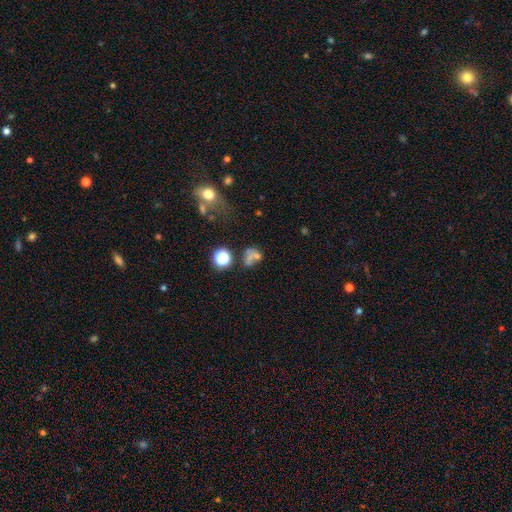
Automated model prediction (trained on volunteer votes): Smooth or featured?
  - smooth: 50% *
  - star or artifact: 27%
  - featured or disk: 23%
How rounded?
  - round: 54% *
  - in between: 44%
  - cigar-shaped: 3%
Merging?
  - merger: 35% *
  - none: 32%
  - major disturbance: 18%
  - minor disturbance: 14%